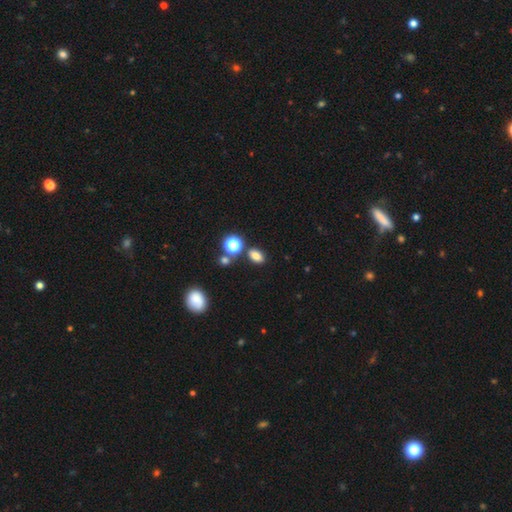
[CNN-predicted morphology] Overall: smooth (79%). How rounded: in between (77%). Merging: none (79%).